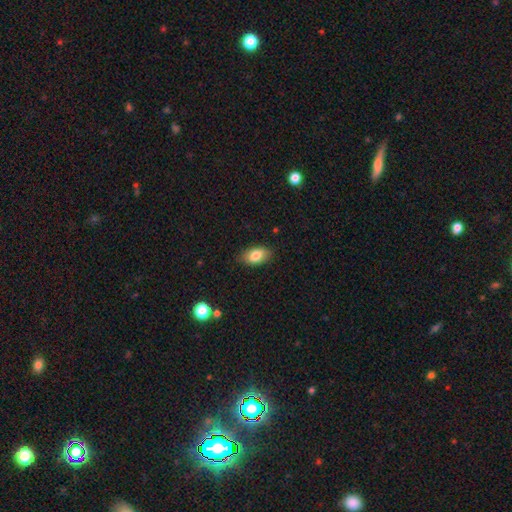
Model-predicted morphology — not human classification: Smooth or featured? Predicted: smooth (p=0.83). How rounded? Predicted: in between (p=0.90). Merging? Predicted: none (p=0.85).